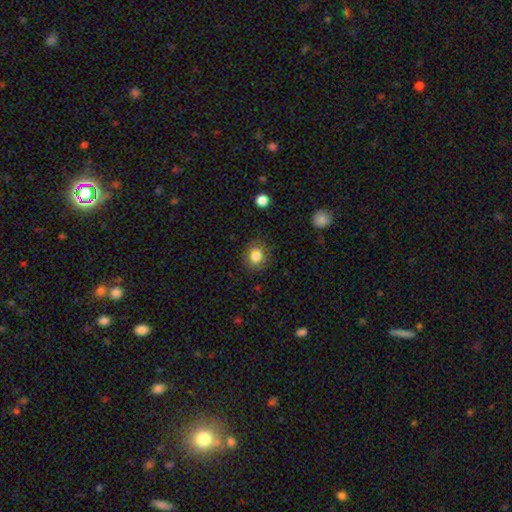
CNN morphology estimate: A smooth galaxy with no disk features (82%) that is round (68%).

Vote fractions:
- Smooth or featured? smooth: 82% / star or artifact: 10% / featured or disk: 8%
- How rounded? round: 68% / in between: 31% / cigar-shaped: 1%
- Merging? none: 82% / minor disturbance: 13% / major disturbance: 4% / merger: 1%